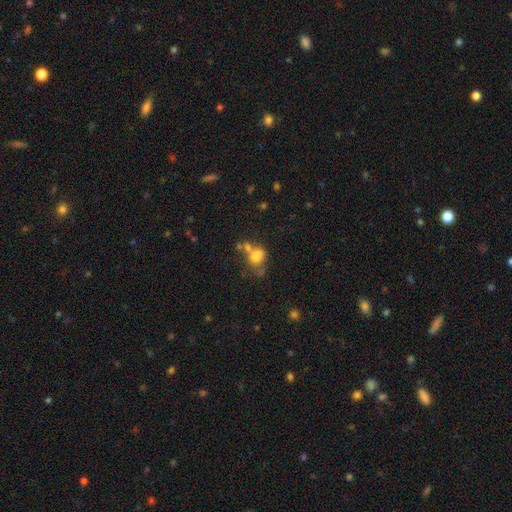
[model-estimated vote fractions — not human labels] This is likely a smooth galaxy (69%). How rounded: likely in between (68%). Merging: marginally merger (42%).